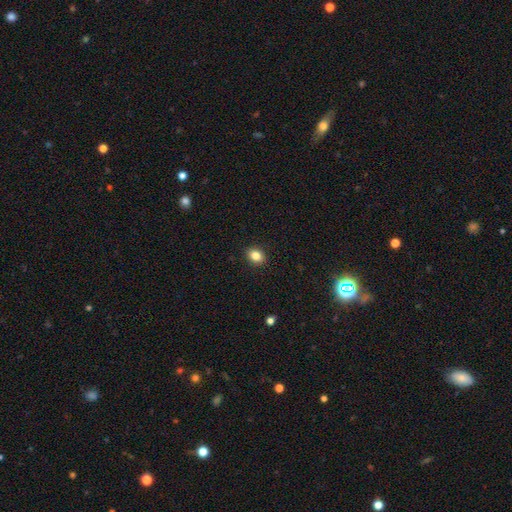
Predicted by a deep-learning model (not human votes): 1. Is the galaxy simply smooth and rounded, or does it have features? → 84% smooth, 10% star or artifact, 6% featured or disk.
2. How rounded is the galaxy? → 53% in between, 46% round, 1% cigar-shaped.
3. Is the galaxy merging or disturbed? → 91% none, 6% minor disturbance, 2% major disturbance, 1% merger.